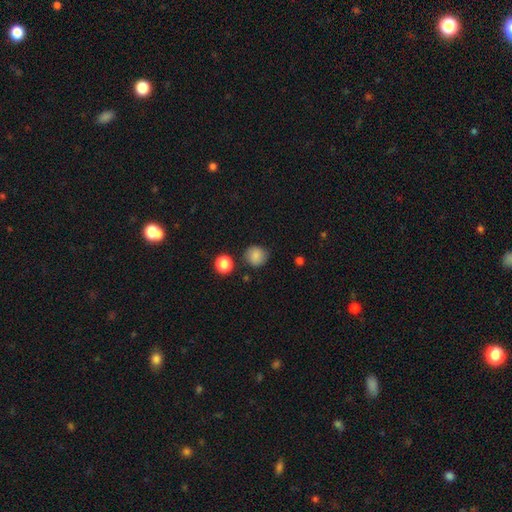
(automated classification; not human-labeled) Q: Smooth or featured?
A: smooth (83%); runner-up: star or artifact (11%)
Q: How rounded?
A: round (90%); runner-up: in between (9%)
Q: Merging?
A: none (81%); runner-up: minor disturbance (12%)